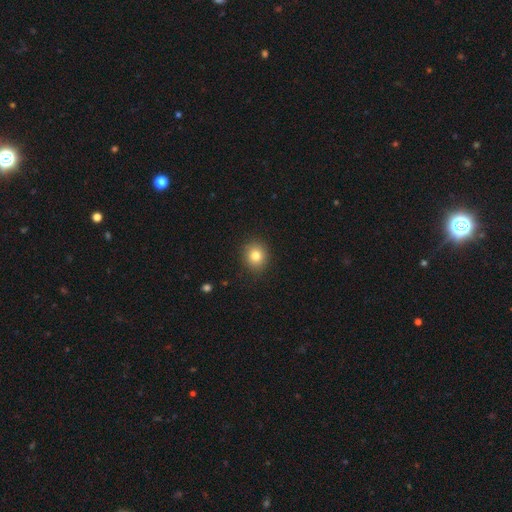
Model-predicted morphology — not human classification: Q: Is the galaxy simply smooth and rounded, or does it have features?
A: smooth — 80%.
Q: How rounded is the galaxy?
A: round — 80%.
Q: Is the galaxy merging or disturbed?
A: none — 89%.